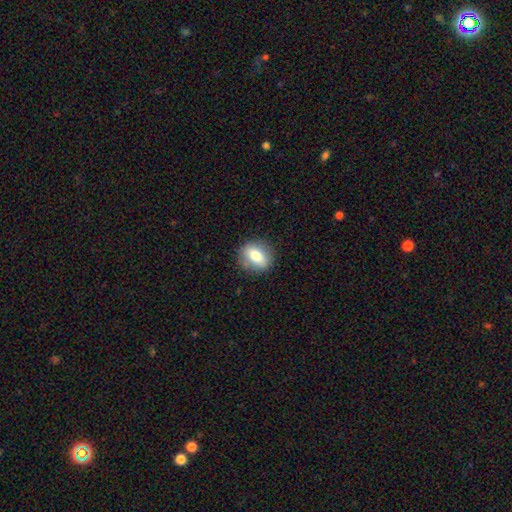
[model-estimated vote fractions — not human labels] Smooth or featured? Predicted: smooth (p=0.74). How rounded? Predicted: in between (p=0.53). Merging? Predicted: none (p=0.86).